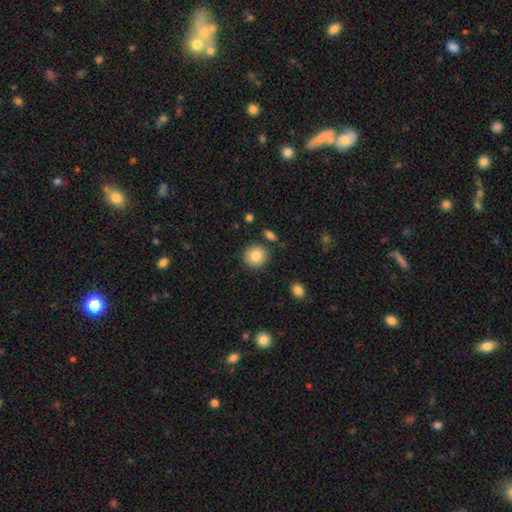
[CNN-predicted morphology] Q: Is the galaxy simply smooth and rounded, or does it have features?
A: smooth — 84%.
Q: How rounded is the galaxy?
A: round — 89%.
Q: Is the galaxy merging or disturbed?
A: none — 86%.